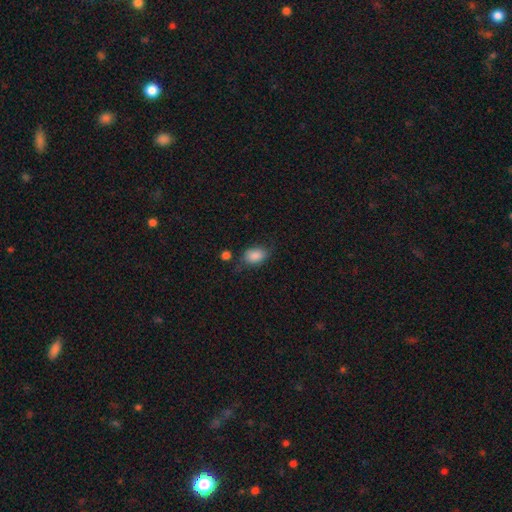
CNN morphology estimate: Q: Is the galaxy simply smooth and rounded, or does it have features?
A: smooth — 85%.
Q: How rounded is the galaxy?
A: in between — 83%.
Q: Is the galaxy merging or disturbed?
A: none — 63%.